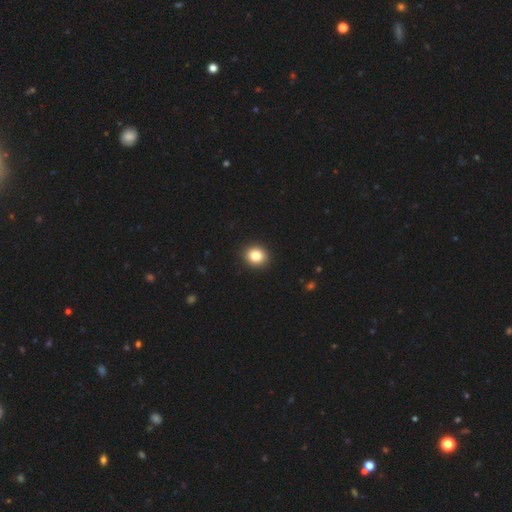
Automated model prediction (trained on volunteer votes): A smooth galaxy with no disk features (83%) that is round (74%). Merging: none (92%).